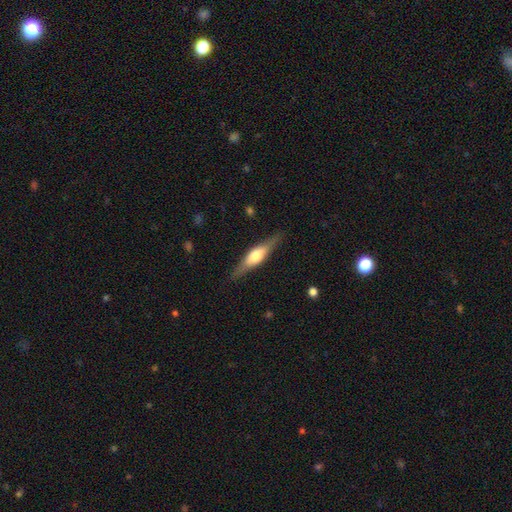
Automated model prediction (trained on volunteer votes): Smooth or featured? featured or disk (62%)
Edge-on disk? yes (95%)
Edge-on bulge? rounded (85%)
Merging? none (86%)